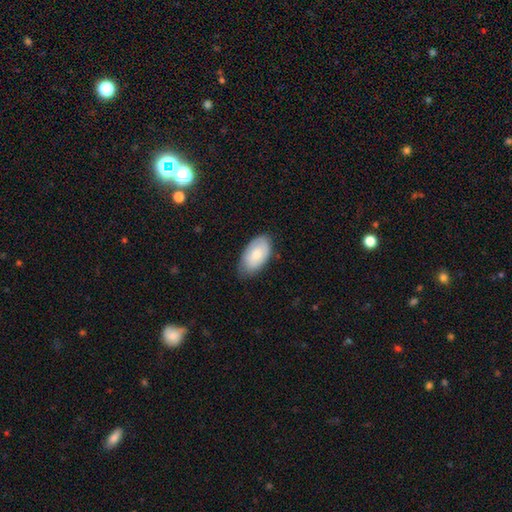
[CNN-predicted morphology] Smooth or featured: smooth — 74% (featured or disk — 21%)
How rounded: in between — 95% (round — 4%)
Merging: none — 72% (minor disturbance — 23%)